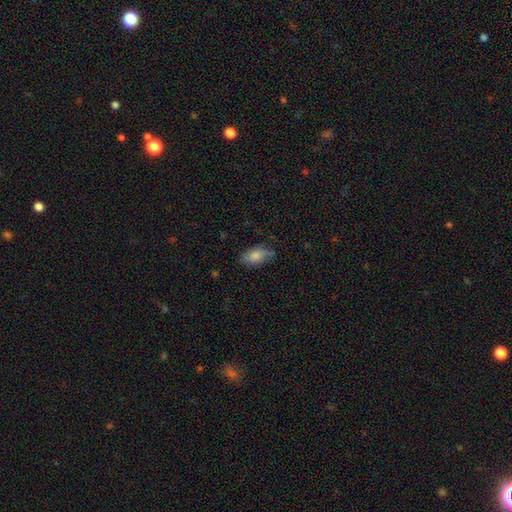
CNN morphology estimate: Overall: smooth (78%). How rounded: in between (91%). Merging: none (66%).